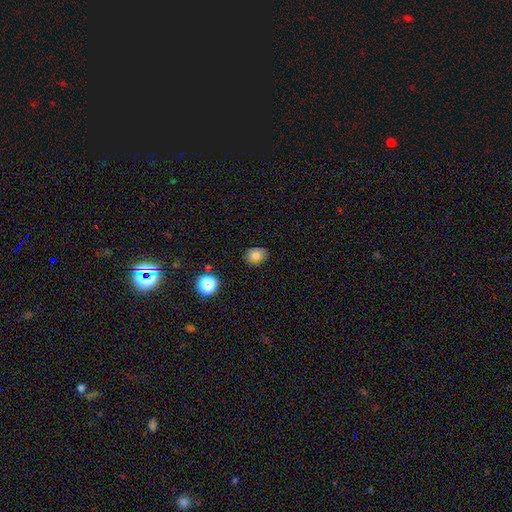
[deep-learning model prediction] A smooth galaxy with no disk features (78%) that is in between round and cigar-shaped (63%). Merging: none (81%).